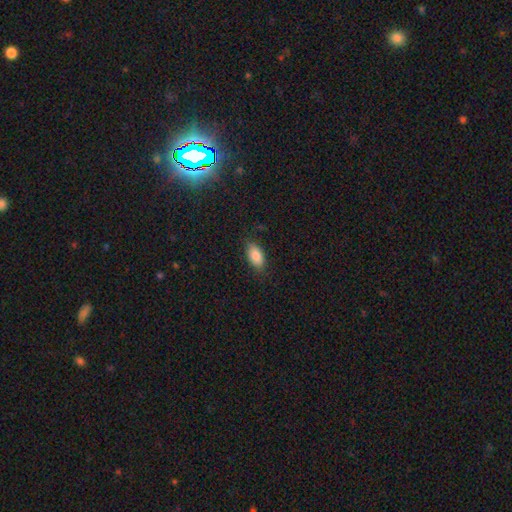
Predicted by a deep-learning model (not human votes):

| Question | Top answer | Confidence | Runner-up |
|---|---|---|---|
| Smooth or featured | smooth | 87% | star or artifact (7%) |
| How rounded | in between | 92% | cigar-shaped (5%) |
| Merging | none | 84% | minor disturbance (12%) |